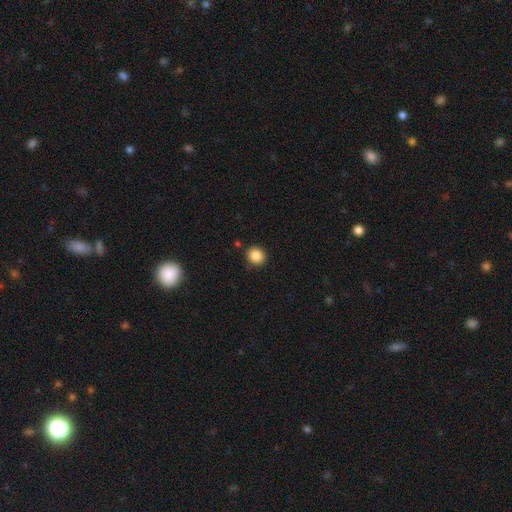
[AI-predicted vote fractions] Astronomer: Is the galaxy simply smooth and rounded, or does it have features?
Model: smooth — 86%.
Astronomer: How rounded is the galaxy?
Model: round — 84%.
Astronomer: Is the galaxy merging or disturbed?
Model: none — 87%.